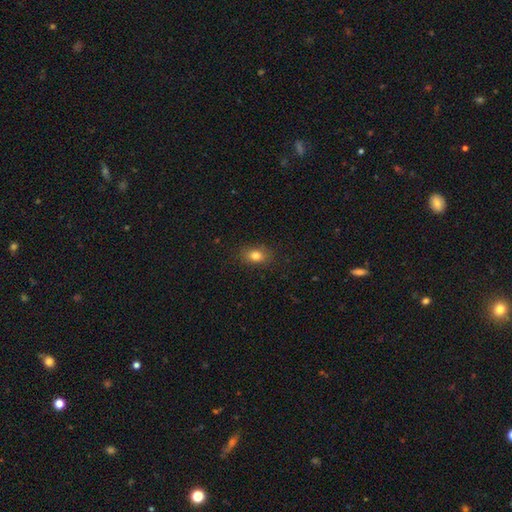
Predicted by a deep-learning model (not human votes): smooth_or_featured: smooth (p=0.80) [alt: star or artifact p=0.11]
how_rounded: in between (p=0.72) [alt: round p=0.26]
merging: none (p=0.85) [alt: minor disturbance p=0.11]